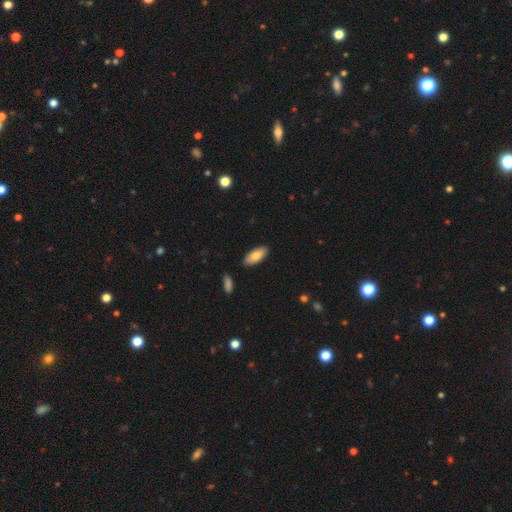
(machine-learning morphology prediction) Overall: smooth (83%). How rounded: in between (89%). Merging: none (87%).